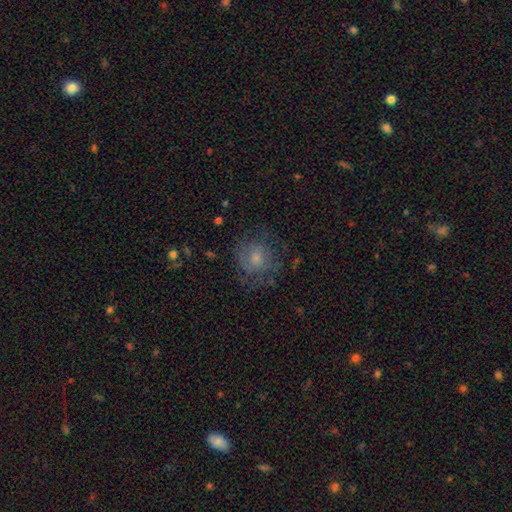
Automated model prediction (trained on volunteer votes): smooth-or-featured: smooth: 49% | featured or disk: 38% | star or artifact: 13%
  merging: none: 63% | minor disturbance: 20% | major disturbance: 15% | merger: 1%